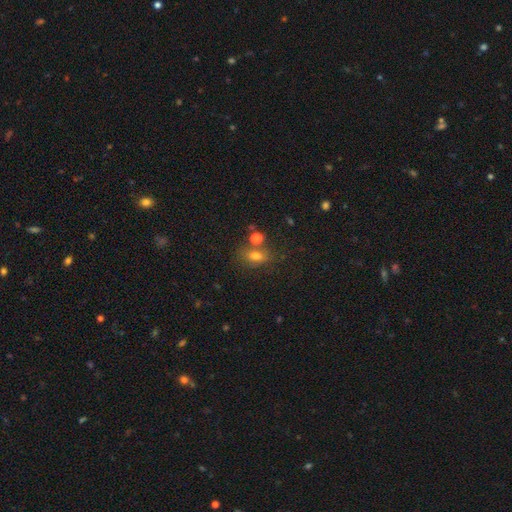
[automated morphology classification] Q: Smooth or featured?
A: smooth (69%); runner-up: star or artifact (16%)
Q: How rounded?
A: in between (71%); runner-up: round (24%)
Q: Merging?
A: none (62%); runner-up: merger (17%)